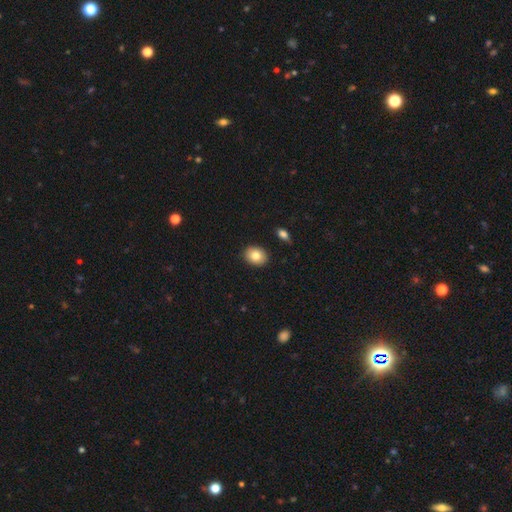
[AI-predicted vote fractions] Smooth or featured?
  - smooth: 82% *
  - featured or disk: 10%
  - star or artifact: 8%
How rounded?
  - in between: 53% *
  - round: 46%
  - cigar-shaped: 1%
Merging?
  - none: 90% *
  - minor disturbance: 7%
  - major disturbance: 2%
  - merger: 2%